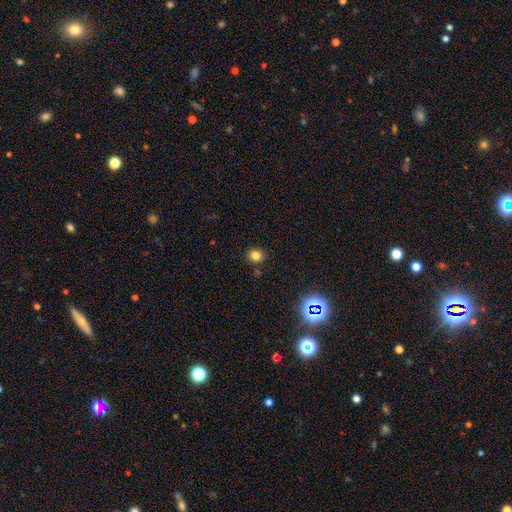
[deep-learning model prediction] Smooth or featured? smooth (79%)
How rounded? round (77%)
Merging? none (86%)